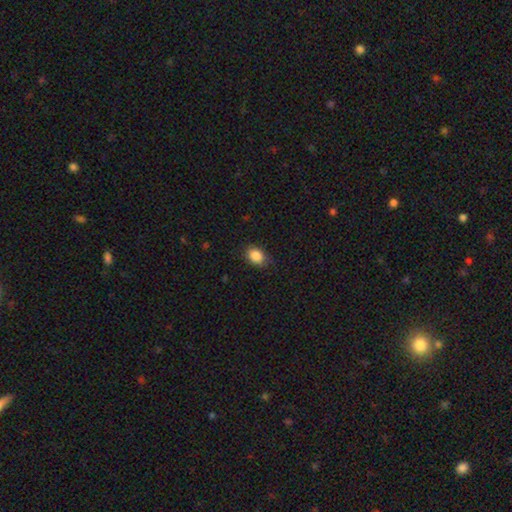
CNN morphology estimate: This is clearly a smooth galaxy (87%). How rounded: likely in between (69%). Merging: clearly none (81%).